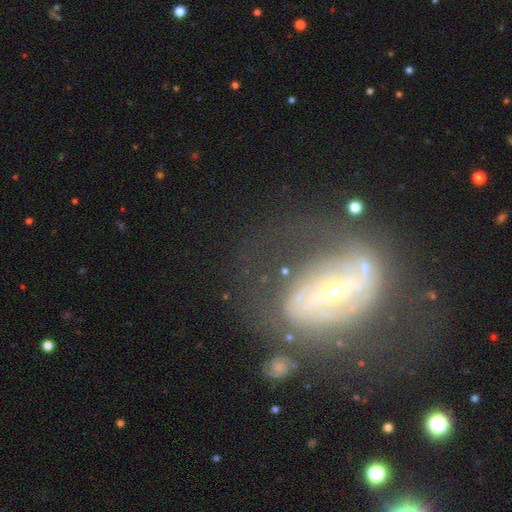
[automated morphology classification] A featured or disk galaxy (75%) with a strong bar (48%), spiral arms (58%) and a small central bulge (68%).

Vote fractions:
- Smooth or featured? featured or disk: 75% / smooth: 15% / star or artifact: 10%
- Edge-on disk? no: 91% / yes: 9%
- Bar? strong: 48% / weak: 28% / no: 23%
- Spiral arms? yes: 58% / no: 42%
- Bulge size? small: 68% / moderate: 27% / large: 2% / dominant: 2% / none: 1%
- Merging? none: 51% / major disturbance: 25% / minor disturbance: 19% / merger: 5%